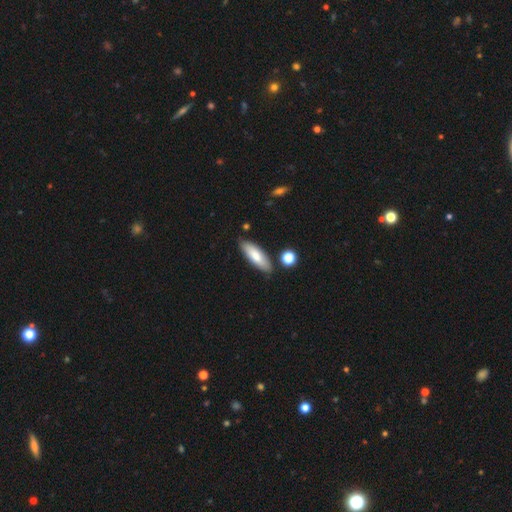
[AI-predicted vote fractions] smooth 77%, featured or disk 17%, star or artifact 6%. Down the decision tree: how rounded — in between (53%); merging — none (82%).